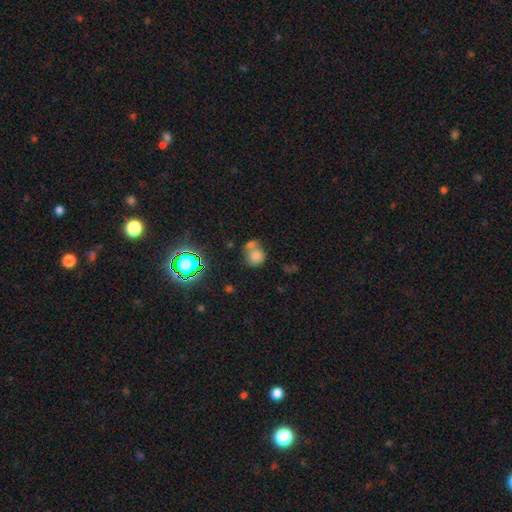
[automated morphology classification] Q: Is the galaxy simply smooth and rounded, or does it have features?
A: smooth — 74%.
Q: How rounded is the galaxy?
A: round — 79%.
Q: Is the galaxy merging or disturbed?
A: merger — 43%.